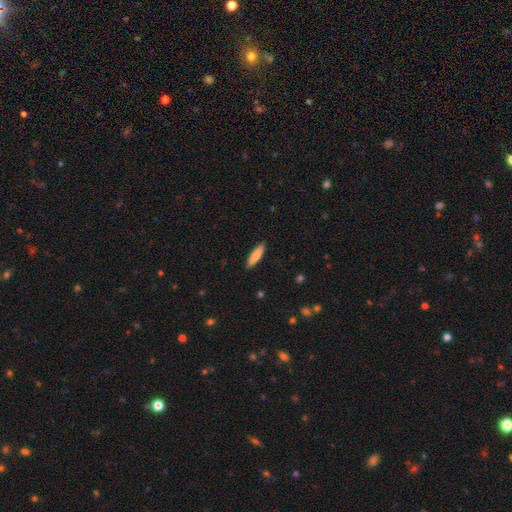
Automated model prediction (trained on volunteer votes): Smooth or featured: smooth — 81% (featured or disk — 13%)
How rounded: cigar-shaped — 66% (in between — 33%)
Merging: none — 89% (minor disturbance — 8%)